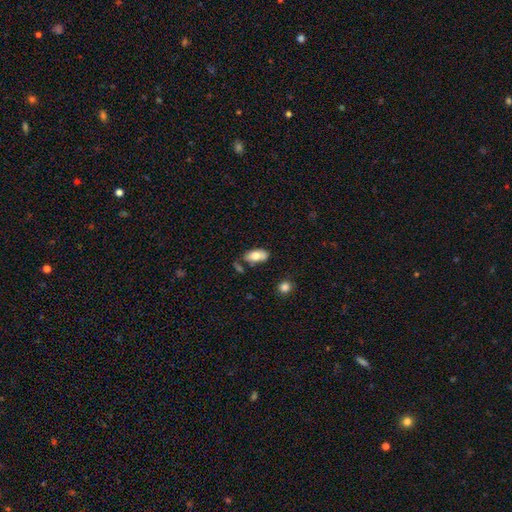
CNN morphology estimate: Smooth or featured? Predicted: smooth (p=0.75). How rounded? Predicted: in between (p=0.91). Merging? Predicted: none (p=0.70).